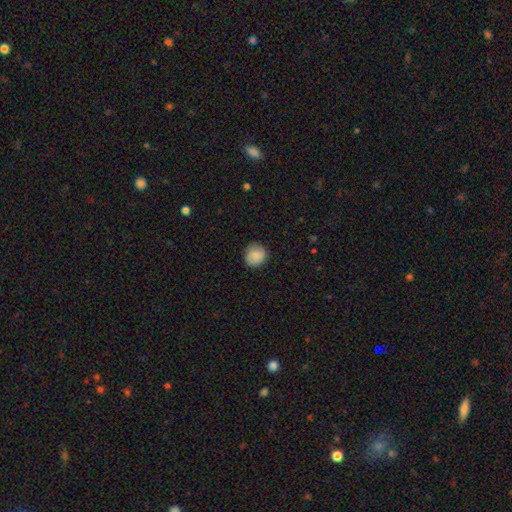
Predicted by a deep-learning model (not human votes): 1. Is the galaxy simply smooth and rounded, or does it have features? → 88% smooth, 8% star or artifact, 4% featured or disk.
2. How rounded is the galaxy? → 90% round, 9% in between, 1% cigar-shaped.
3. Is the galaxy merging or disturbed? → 87% none, 9% minor disturbance, 2% major disturbance, 1% merger.